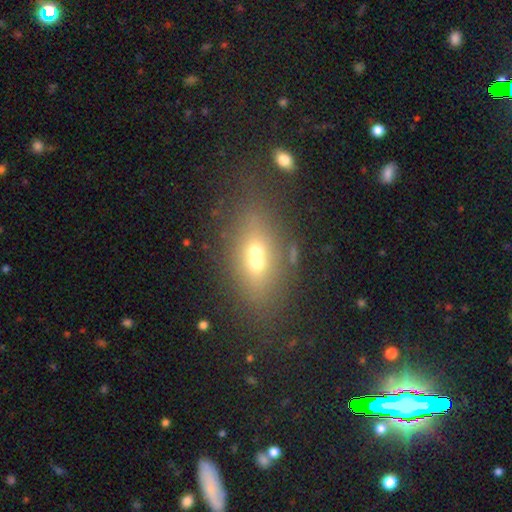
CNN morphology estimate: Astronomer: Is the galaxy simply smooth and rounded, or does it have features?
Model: smooth — 50% (runner-up: featured or disk, 29%).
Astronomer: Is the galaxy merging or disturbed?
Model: none — 51% (runner-up: merger, 31%).